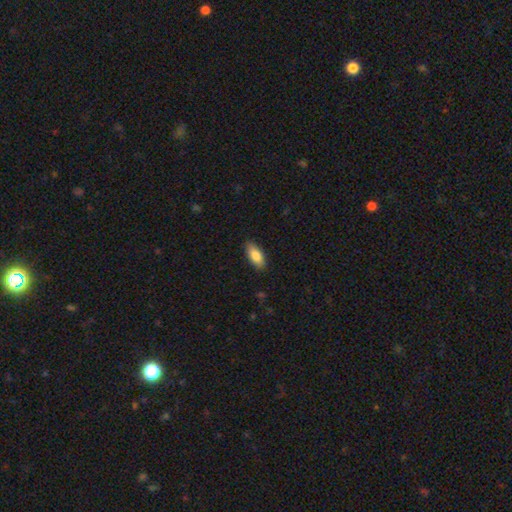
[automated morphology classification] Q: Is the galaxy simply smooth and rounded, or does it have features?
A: smooth — 83%.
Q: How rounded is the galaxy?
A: in between — 85%.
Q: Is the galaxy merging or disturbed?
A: none — 88%.